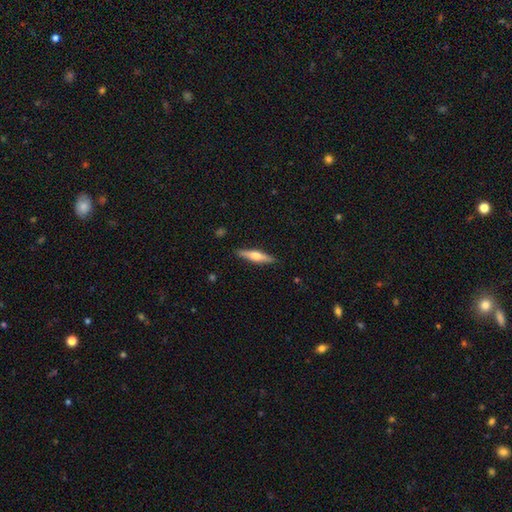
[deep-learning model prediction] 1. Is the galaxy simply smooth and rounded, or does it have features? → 54% featured or disk, 40% smooth, 6% star or artifact.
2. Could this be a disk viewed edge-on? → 96% yes, 4% no.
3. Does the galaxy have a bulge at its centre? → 90% rounded, 6% boxy, 4% none.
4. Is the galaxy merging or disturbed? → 89% none, 8% minor disturbance, 2% major disturbance, 1% merger.